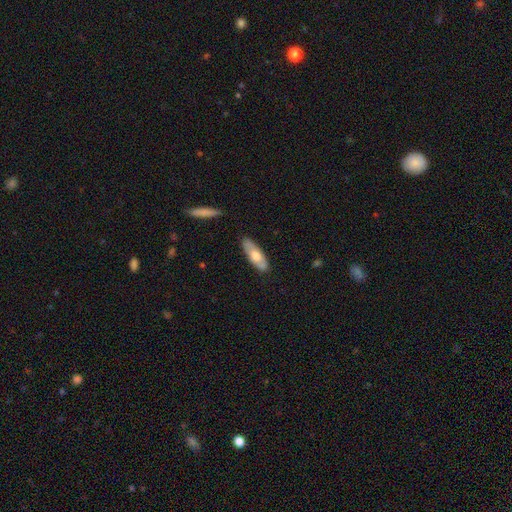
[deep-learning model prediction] smooth 58%, featured or disk 37%, star or artifact 5%. Down the decision tree: how rounded — in between (67%); merging — none (83%).